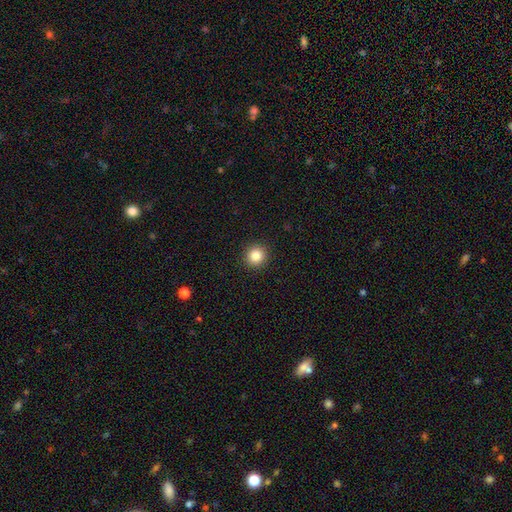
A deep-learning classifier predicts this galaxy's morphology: A smooth galaxy with no disk features (85%) that is round (94%).

Vote fractions:
- Smooth or featured? smooth: 85% / star or artifact: 11% / featured or disk: 5%
- How rounded? round: 94% / in between: 5% / cigar-shaped: 1%
- Merging? none: 93% / minor disturbance: 5% / major disturbance: 2% / merger: 1%